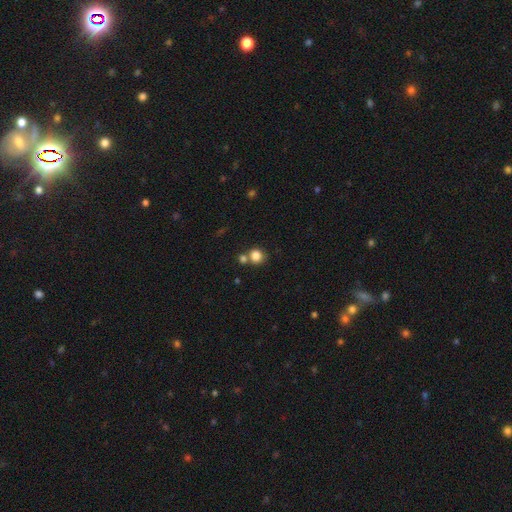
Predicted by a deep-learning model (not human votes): smooth-or-featured: smooth: 83% | star or artifact: 11% | featured or disk: 6%
  how-rounded: round: 82% | in between: 17% | cigar-shaped: 1%
  merging: none: 59% | merger: 28% | minor disturbance: 10% | major disturbance: 4%